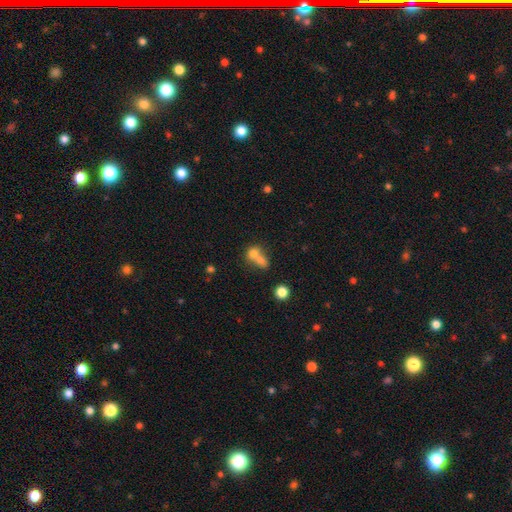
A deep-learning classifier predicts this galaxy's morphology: smooth-or-featured: smooth: 73% | featured or disk: 15% | star or artifact: 13%
  how-rounded: round: 56% | in between: 42% | cigar-shaped: 2%
  merging: merger: 66% | none: 24% | minor disturbance: 6% | major disturbance: 4%